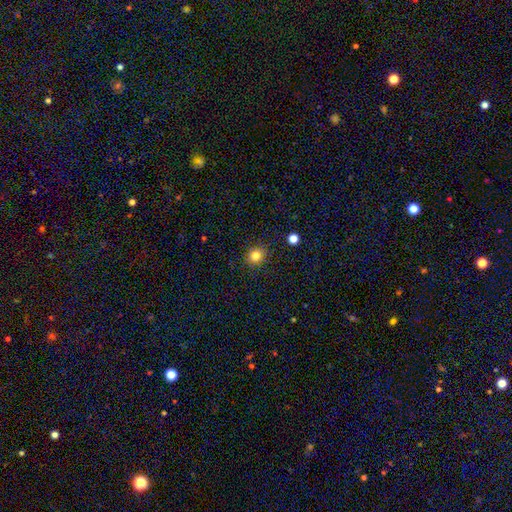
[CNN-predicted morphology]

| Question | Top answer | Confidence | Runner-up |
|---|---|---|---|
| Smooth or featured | smooth | 82% | star or artifact (12%) |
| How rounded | round | 84% | in between (15%) |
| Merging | none | 89% | minor disturbance (8%) |